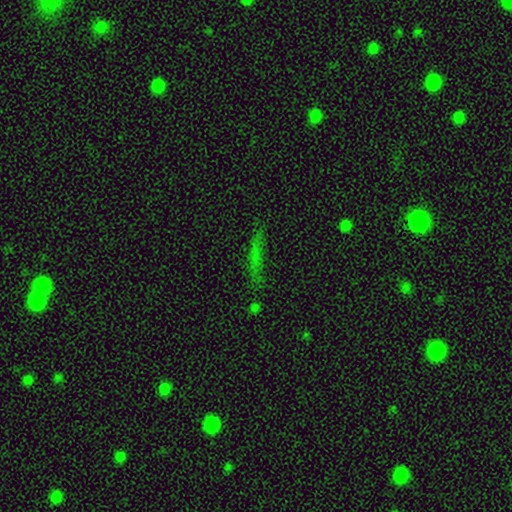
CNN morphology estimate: smooth-or-featured: smooth: 40% (tied) | star or artifact: 40% (tied) | featured or disk: 20%
  merging: none: 75% | minor disturbance: 14% | major disturbance: 7% | merger: 4%